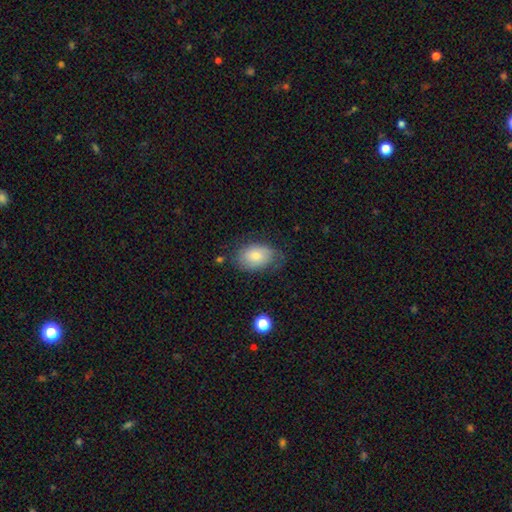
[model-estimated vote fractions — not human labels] smooth 74%, featured or disk 19%, star or artifact 7%. Down the decision tree: how rounded — in between (85%); merging — none (60%).